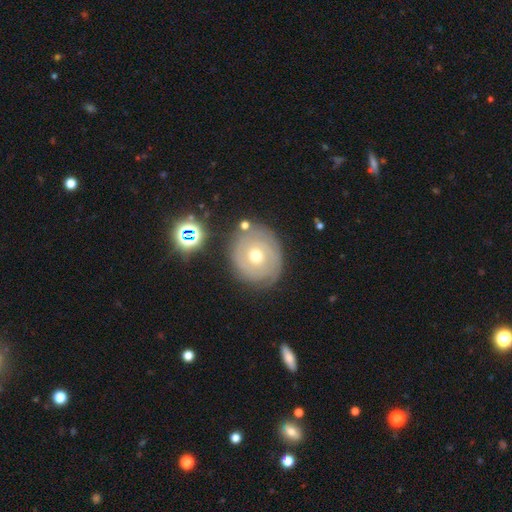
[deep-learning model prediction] Overall: featured or disk (69%). Edge-on disk: no (97%). Bar: no (82%). Spiral arms: yes (77%). Spiral arm count: can't tell (38%; 2 37%). Spiral winding: tight (80%). Bulge size: moderate (70%). Merging: none (77%).